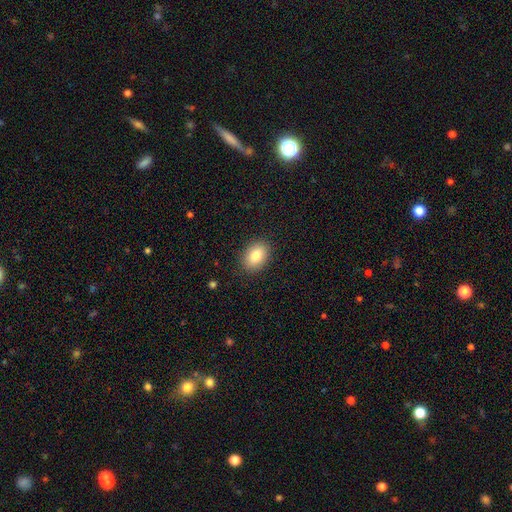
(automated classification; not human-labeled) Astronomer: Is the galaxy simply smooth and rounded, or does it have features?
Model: smooth — 82%.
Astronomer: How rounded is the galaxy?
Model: in between — 77%.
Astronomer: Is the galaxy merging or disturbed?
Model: none — 88%.